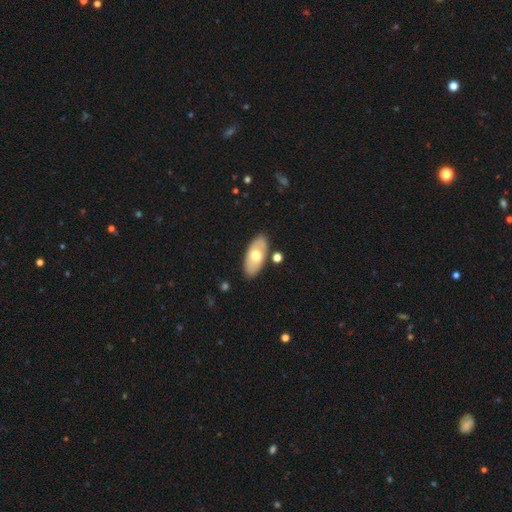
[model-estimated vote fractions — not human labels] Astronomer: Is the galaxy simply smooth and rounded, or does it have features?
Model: smooth — 59% (runner-up: featured or disk, 36%).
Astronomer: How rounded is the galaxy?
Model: in between — 91%.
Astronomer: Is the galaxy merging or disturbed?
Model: none — 83%.